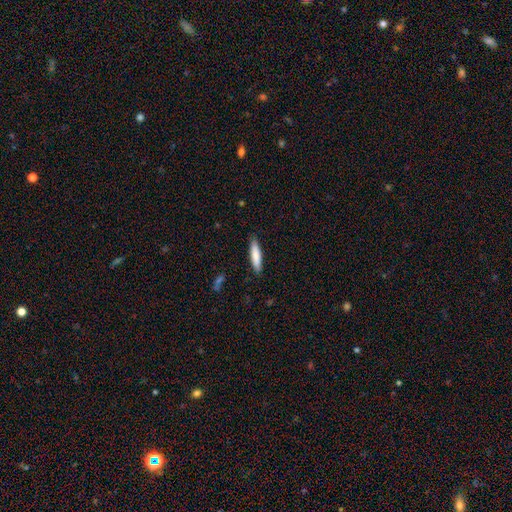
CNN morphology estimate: A smooth galaxy with no disk features (83%) that is cigar-shaped (77%). Merging: none (88%).